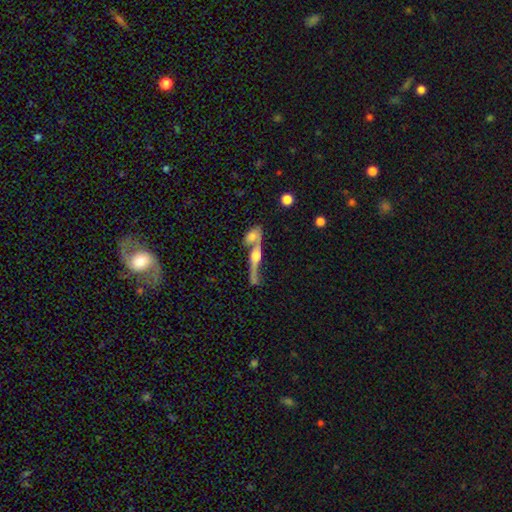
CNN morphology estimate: The model was most divided on "merging": merger: 53%, none: 30%, minor disturbance: 10%, major disturbance: 7%. More confident: smooth or featured — featured or disk (70%); edge-on disk — yes (70%).